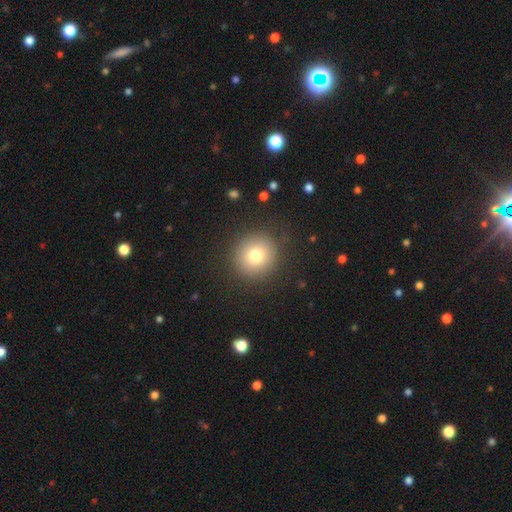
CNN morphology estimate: This appears to be a smooth galaxy with no disk features (76%) that is round (92%). Merging: none (88%).